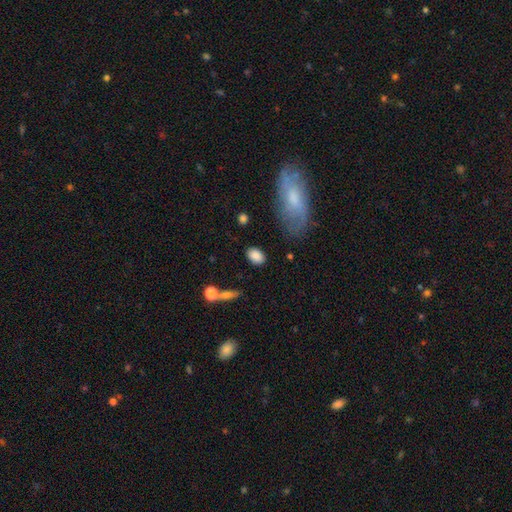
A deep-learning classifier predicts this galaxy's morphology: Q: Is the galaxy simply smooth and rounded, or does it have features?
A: smooth — 86%.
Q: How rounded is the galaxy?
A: in between — 83%.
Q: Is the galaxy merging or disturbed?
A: none — 82%.